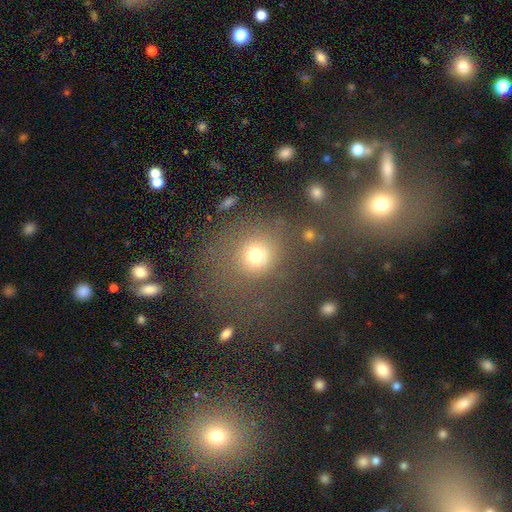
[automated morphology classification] A smooth galaxy with no disk features (73%) that is round (81%).

Vote fractions:
- Smooth or featured? smooth: 73% / star or artifact: 17% / featured or disk: 10%
- How rounded? round: 81% / in between: 18% / cigar-shaped: 2%
- Merging? none: 67% / minor disturbance: 13% / major disturbance: 12% / merger: 8%